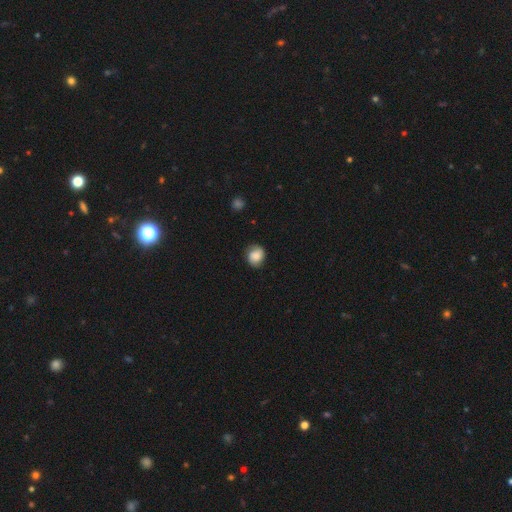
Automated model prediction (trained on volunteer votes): smooth_or_featured: smooth (p=0.68) [alt: featured or disk p=0.24]
how_rounded: round (p=0.72) [alt: in between p=0.27]
merging: none (p=0.75) [alt: minor disturbance p=0.19]